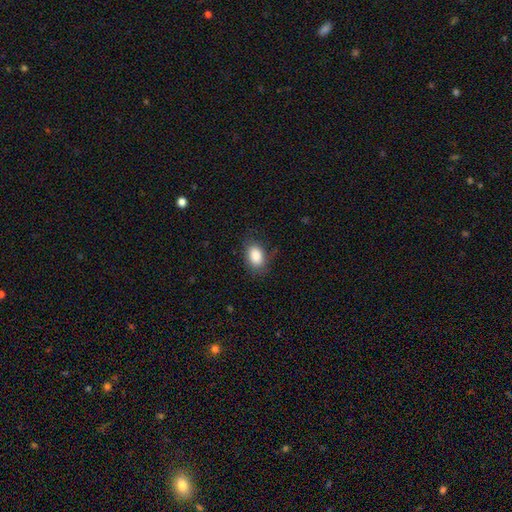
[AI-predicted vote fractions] Smooth or featured? Predicted: smooth (p=0.87). How rounded? Predicted: in between (p=0.85). Merging? Predicted: none (p=0.78).